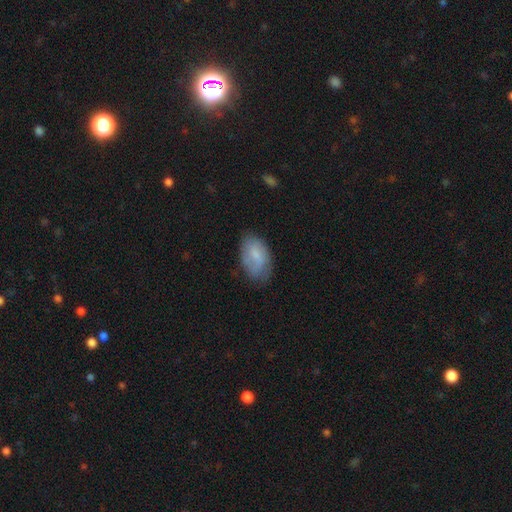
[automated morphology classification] smooth-or-featured: smooth: 66% | featured or disk: 26% | star or artifact: 7%
  how-rounded: in between: 92% | round: 6% | cigar-shaped: 2%
  merging: none: 65% | minor disturbance: 26% | major disturbance: 7% | merger: 1%